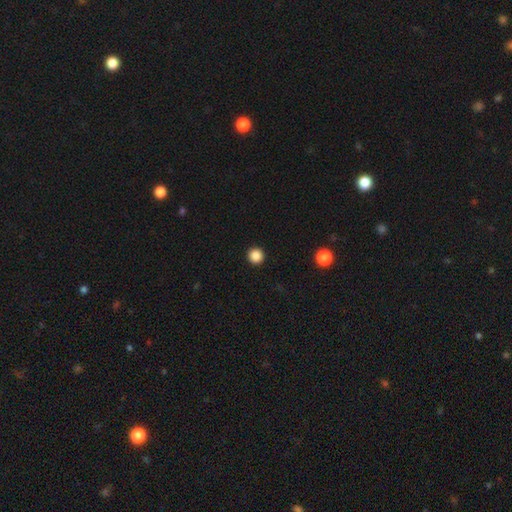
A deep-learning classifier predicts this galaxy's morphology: A smooth galaxy with no disk features (87%) that is round (96%).

Vote fractions:
- Smooth or featured? smooth: 87% / star or artifact: 11% / featured or disk: 2%
- How rounded? round: 96% / in between: 3% / cigar-shaped: 1%
- Merging? none: 94% / minor disturbance: 4% / major disturbance: 1% / merger: 1%